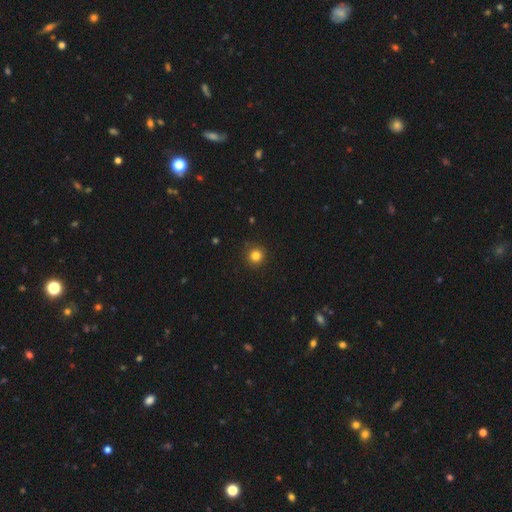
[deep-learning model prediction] Q: Smooth or featured?
A: smooth (83%); runner-up: star or artifact (13%)
Q: How rounded?
A: round (94%); runner-up: in between (5%)
Q: Merging?
A: none (90%); runner-up: minor disturbance (7%)